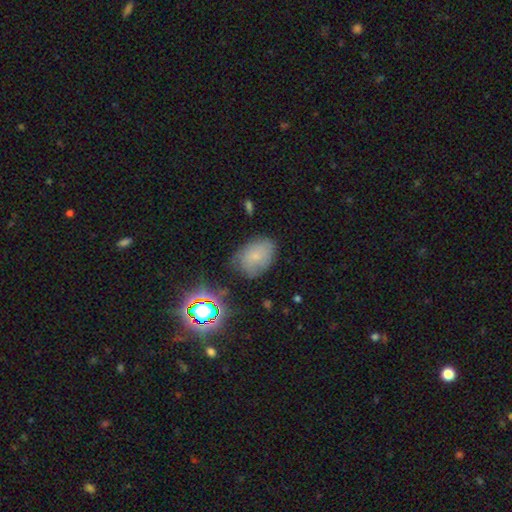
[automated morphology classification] smooth 64%, featured or disk 19%, star or artifact 17%. Down the decision tree: how rounded — in between (79%); merging — none (64%).